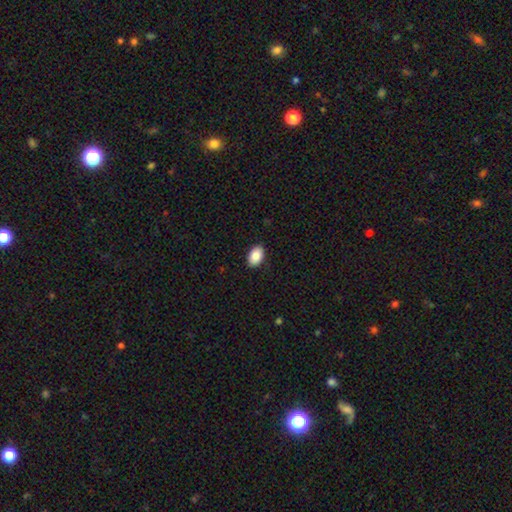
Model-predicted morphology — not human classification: The model was most divided on "how rounded": in between: 89%, round: 10%, cigar-shaped: 1%. More confident: merging — none (89%); smooth or featured — smooth (87%).